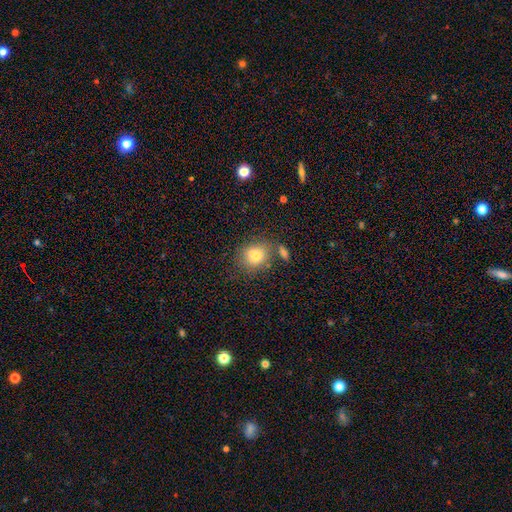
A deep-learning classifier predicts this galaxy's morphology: smooth_or_featured: smooth (p=0.78) [alt: featured or disk p=0.11]
how_rounded: round (p=0.64) [alt: in between p=0.35]
merging: none (p=0.69) [alt: minor disturbance p=0.15]